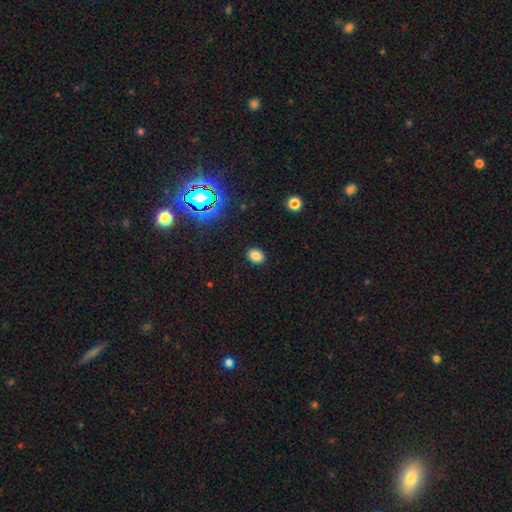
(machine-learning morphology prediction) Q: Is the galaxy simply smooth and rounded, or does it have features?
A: smooth — 81%.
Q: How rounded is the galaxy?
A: in between — 61%.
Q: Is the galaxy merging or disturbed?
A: none — 89%.